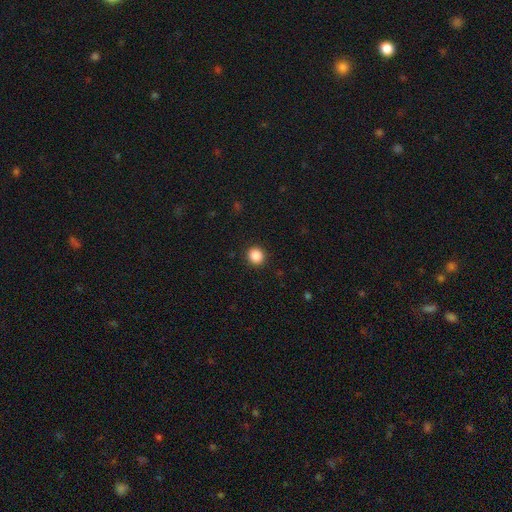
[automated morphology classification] Smooth or featured?
  - smooth: 88% *
  - star or artifact: 10%
  - featured or disk: 3%
How rounded?
  - round: 91% *
  - in between: 8%
  - cigar-shaped: 1%
Merging?
  - none: 92% *
  - minor disturbance: 5%
  - major disturbance: 2%
  - merger: 1%